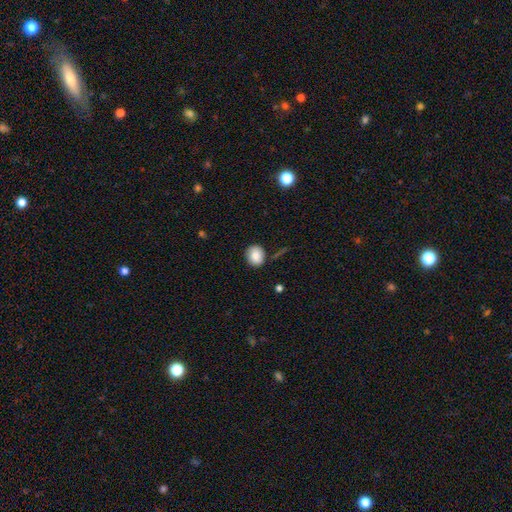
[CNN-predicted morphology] type=smooth (85%); roundness=round (67%); merging=none (82%).